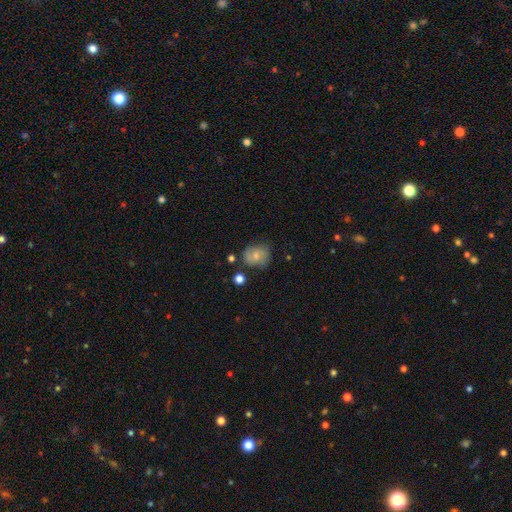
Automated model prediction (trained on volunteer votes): Morphology: type=smooth (65%); roundness=round (67%); merging=none (67%).